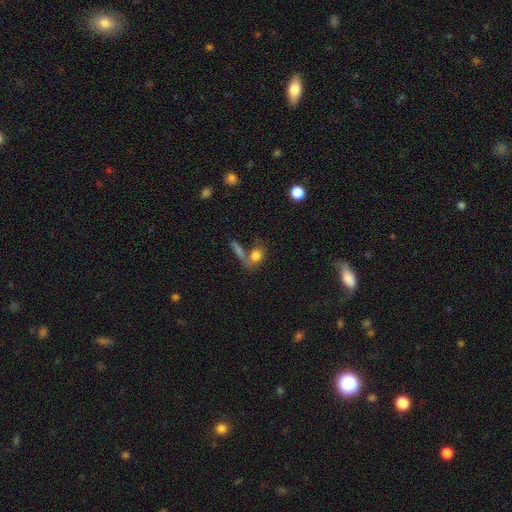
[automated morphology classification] Q: Smooth or featured?
A: smooth (75%); runner-up: featured or disk (14%)
Q: How rounded?
A: in between (55%); runner-up: round (39%)
Q: Merging?
A: none (41%); runner-up: merger (36%)